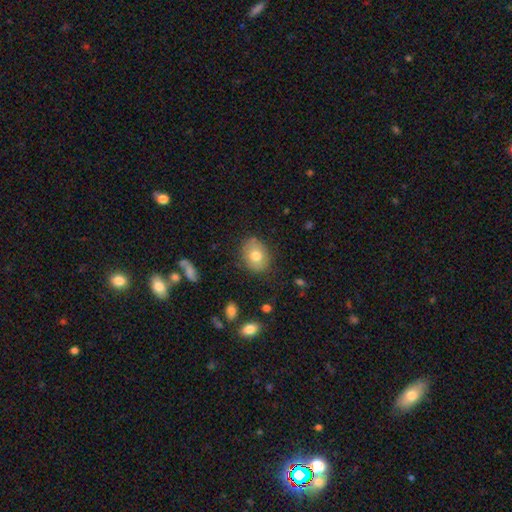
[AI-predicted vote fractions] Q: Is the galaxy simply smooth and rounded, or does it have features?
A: smooth — 74%.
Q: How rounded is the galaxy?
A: in between — 51%.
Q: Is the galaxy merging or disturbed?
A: none — 82%.